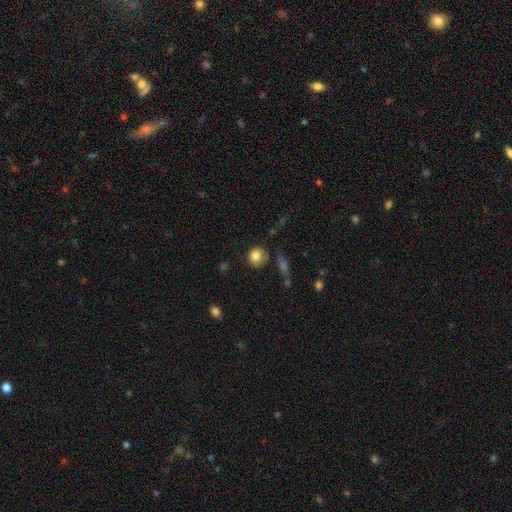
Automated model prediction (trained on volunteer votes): Morphology: type=smooth (82%); roundness=round (85%); merging=none (75%).